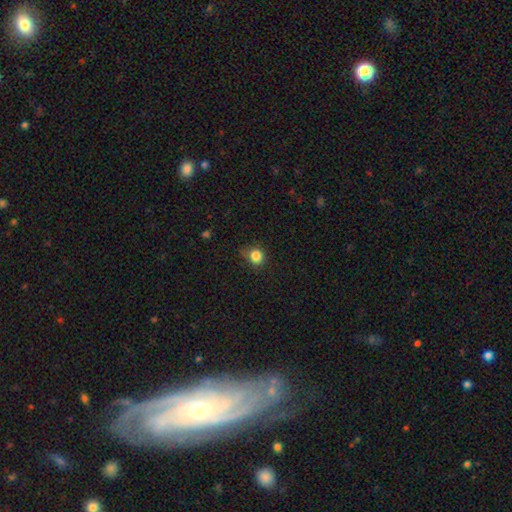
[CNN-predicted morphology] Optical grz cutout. It shows a smooth galaxy with no disk features (84%) that is round (80%). Merging: none (70%).